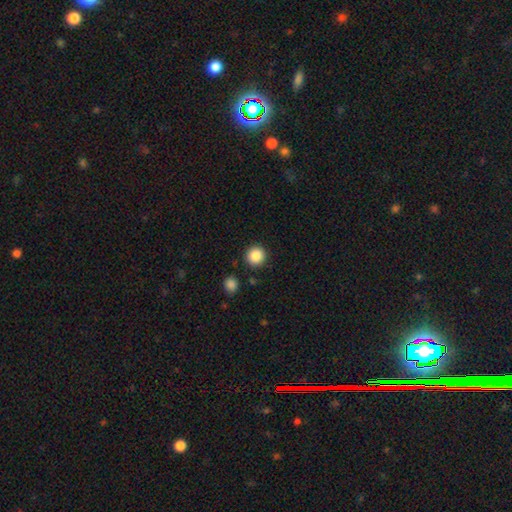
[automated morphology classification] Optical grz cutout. It shows a smooth galaxy with no disk features (87%) that is round (94%). Merging: none (90%).